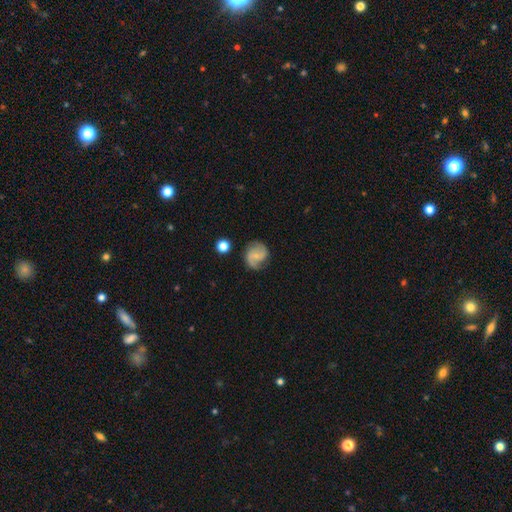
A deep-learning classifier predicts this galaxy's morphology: Smooth or featured: featured or disk — 71% (smooth — 22%)
Edge-on disk: no — 98% (yes — 2%)
Bar: no — 51% (weak — 41%)
Spiral arms: yes — 93% (no — 7%)
Spiral winding: medium — 46% (loose — 30%)
Spiral arm count: 2 — 81% (can't tell — 7%)
Bulge size: small — 66% (moderate — 20%)
Merging: none — 73% (minor disturbance — 18%)